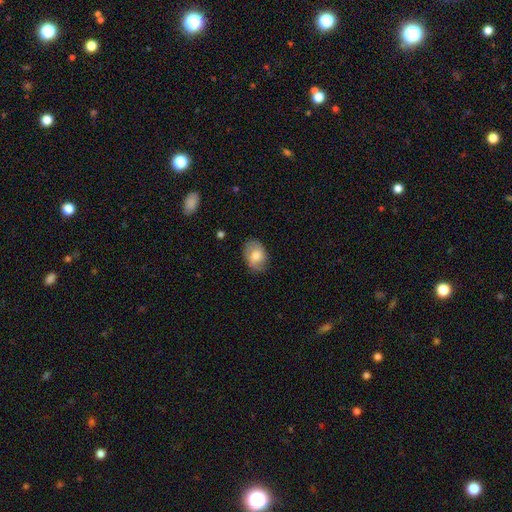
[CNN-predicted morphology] smooth-or-featured: smooth: 71% | featured or disk: 21% | star or artifact: 7%
  how-rounded: in between: 79% | round: 20% | cigar-shaped: 1%
  merging: none: 77% | minor disturbance: 18% | major disturbance: 4% | merger: 1%